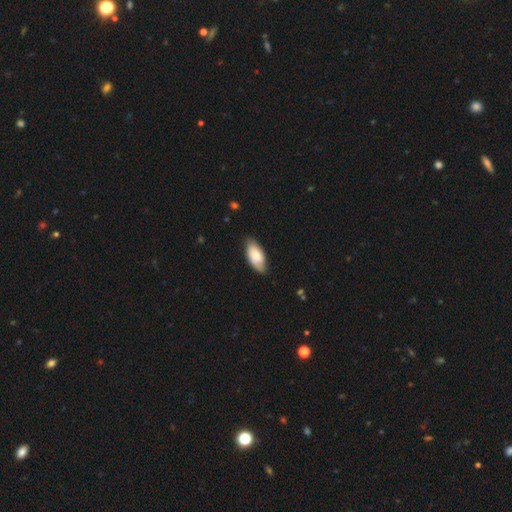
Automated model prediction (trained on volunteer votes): A smooth galaxy with no disk features (72%) that is in between round and cigar-shaped (91%). Merging: none (76%).